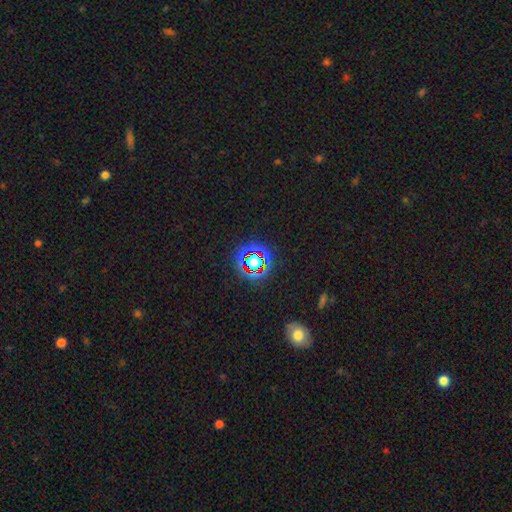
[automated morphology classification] smooth-or-featured: star or artifact: 72% | smooth: 18% | featured or disk: 11%